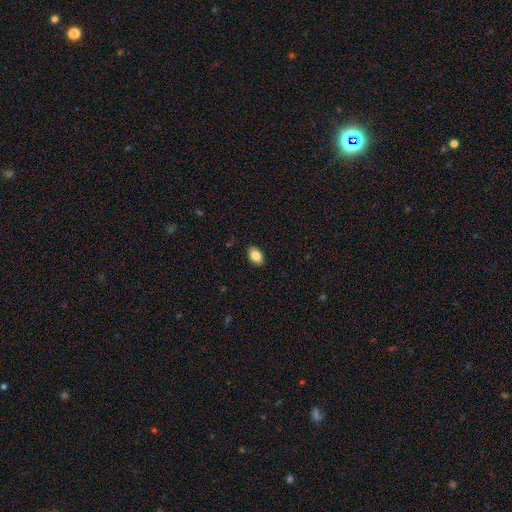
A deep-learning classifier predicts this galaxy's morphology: type=smooth (83%); roundness=in between (90%); merging=none (89%).